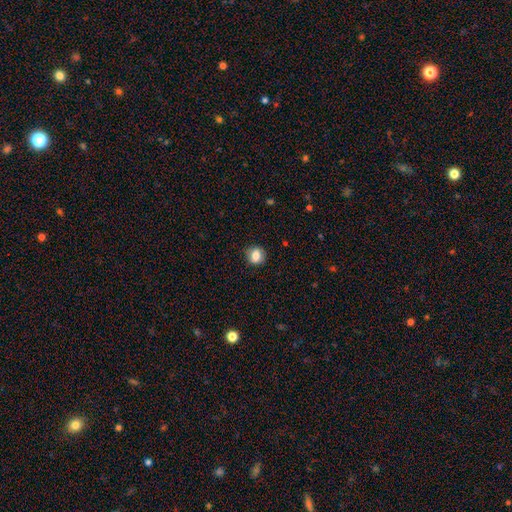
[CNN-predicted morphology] Smooth or featured? smooth (79%)
How rounded? round (80%)
Merging? none (85%)